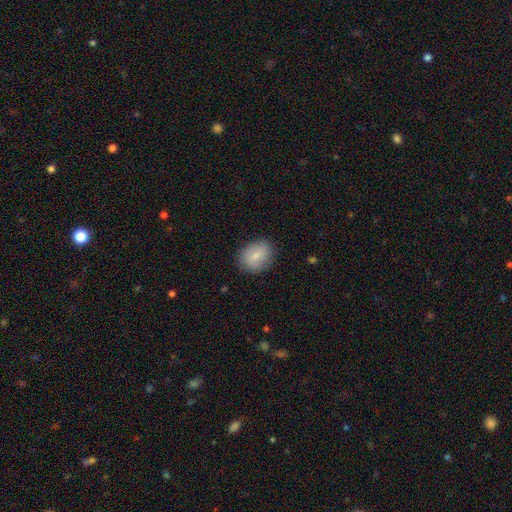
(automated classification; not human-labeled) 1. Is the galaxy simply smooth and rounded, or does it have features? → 77% smooth, 16% featured or disk, 7% star or artifact.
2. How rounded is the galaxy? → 52% in between, 47% round, 1% cigar-shaped.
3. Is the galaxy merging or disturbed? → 83% none, 13% minor disturbance, 3% major disturbance, 1% merger.